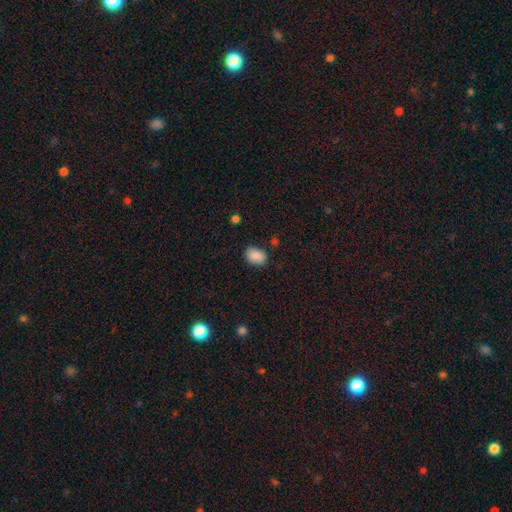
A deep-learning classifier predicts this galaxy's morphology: A smooth galaxy with no disk features (88%) that is in between round and cigar-shaped (77%). Merging: none (81%).